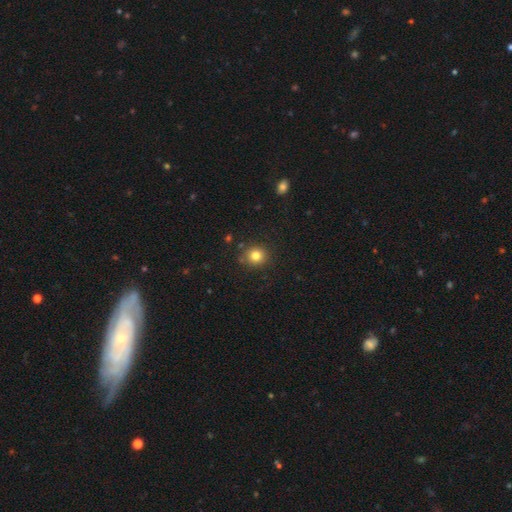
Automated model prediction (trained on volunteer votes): Smooth or featured? smooth (81%)
How rounded? round (89%)
Merging? none (87%)